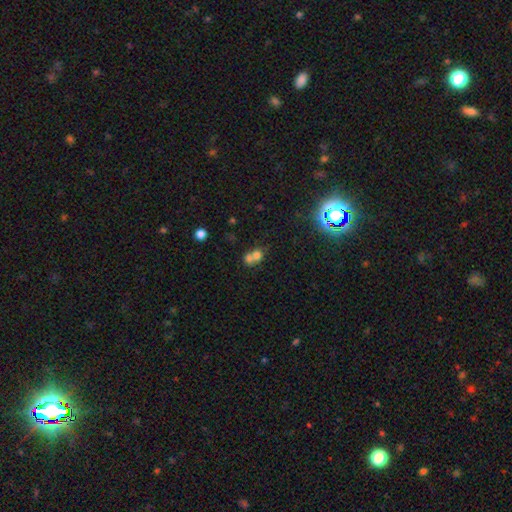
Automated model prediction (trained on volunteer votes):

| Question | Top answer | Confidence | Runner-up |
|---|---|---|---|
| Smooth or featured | smooth | 67% | featured or disk (17%) |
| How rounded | round | 73% | in between (26%) |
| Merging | merger | 64% | none (27%) |